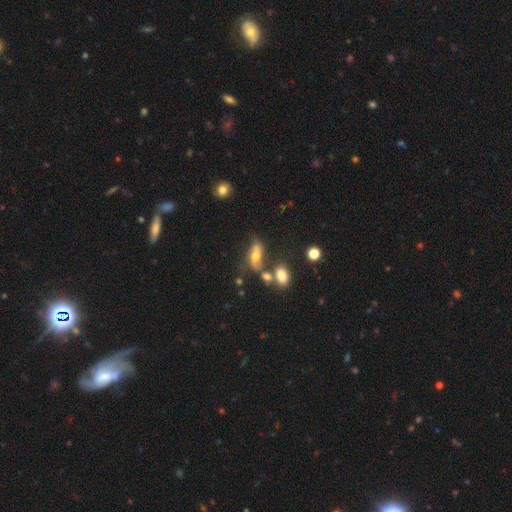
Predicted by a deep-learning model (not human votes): Q: Smooth or featured?
A: smooth (57%); runner-up: featured or disk (31%)
Q: How rounded?
A: in between (76%); runner-up: cigar-shaped (17%)
Q: Merging?
A: none (51%); runner-up: merger (21%)